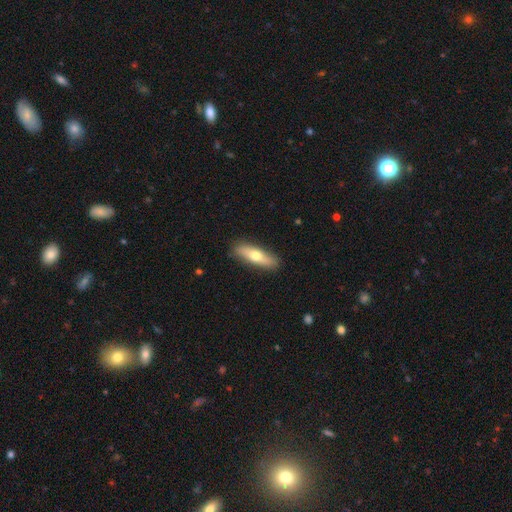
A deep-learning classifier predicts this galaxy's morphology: Smooth or featured: smooth — 62% (featured or disk — 33%)
How rounded: cigar-shaped — 59% (in between — 39%)
Merging: none — 87% (minor disturbance — 10%)